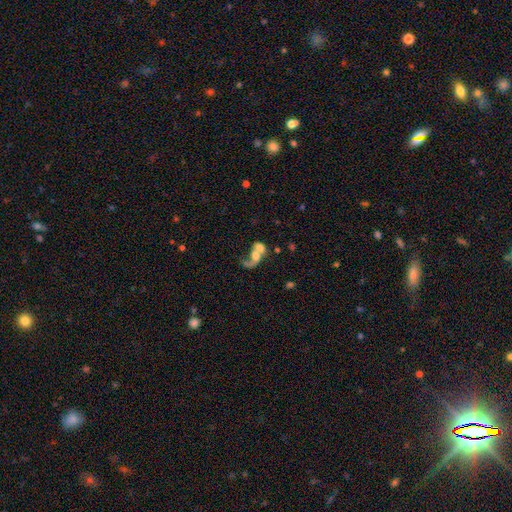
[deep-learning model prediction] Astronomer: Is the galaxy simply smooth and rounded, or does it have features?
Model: featured or disk — 51% (runner-up: smooth, 38%).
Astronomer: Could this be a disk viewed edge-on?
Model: no — 96%.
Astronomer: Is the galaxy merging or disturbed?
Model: merger — 69%.